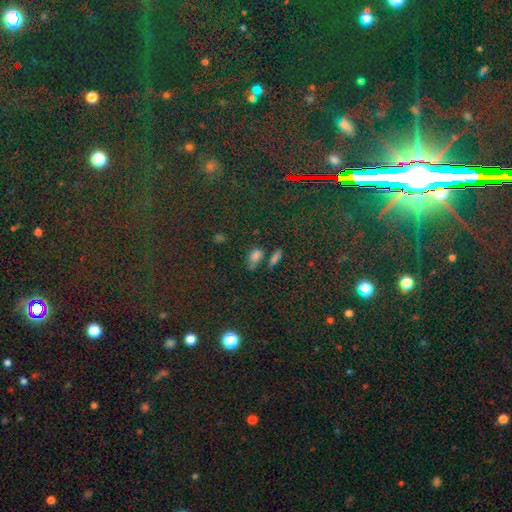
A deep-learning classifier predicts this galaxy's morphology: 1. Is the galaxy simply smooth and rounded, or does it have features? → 64% smooth, 27% star or artifact, 9% featured or disk.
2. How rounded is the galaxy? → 75% in between, 14% round, 10% cigar-shaped.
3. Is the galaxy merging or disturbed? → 66% none, 16% minor disturbance, 12% merger, 6% major disturbance.